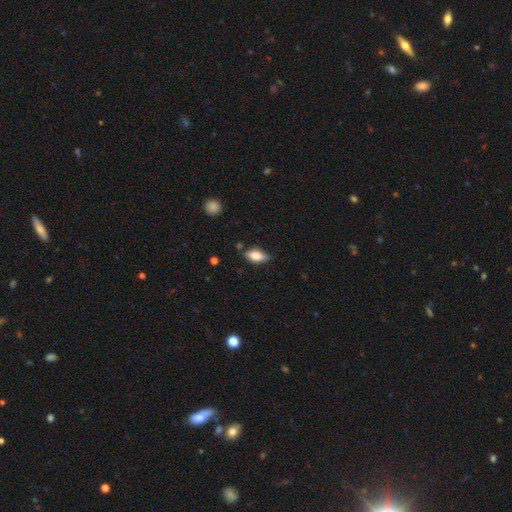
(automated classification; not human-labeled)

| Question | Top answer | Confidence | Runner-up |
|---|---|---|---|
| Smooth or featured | smooth | 68% | featured or disk (24%) |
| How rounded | in between | 83% | cigar-shaped (13%) |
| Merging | none | 71% | minor disturbance (22%) |